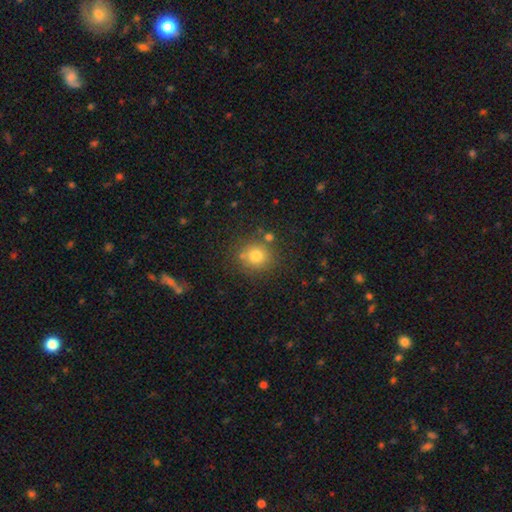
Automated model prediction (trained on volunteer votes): smooth 78%, star or artifact 13%, featured or disk 9%. Down the decision tree: how rounded — round (88%); merging — none (78%).